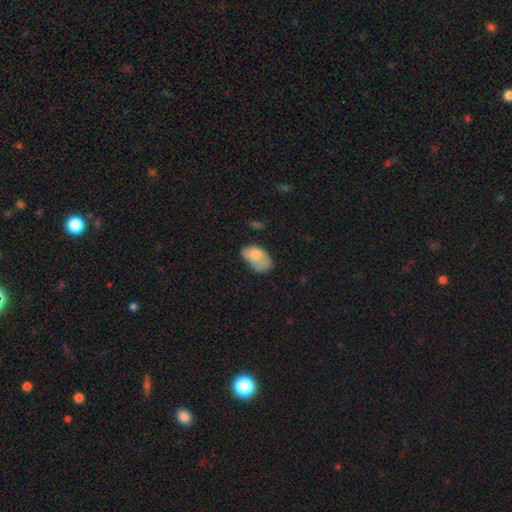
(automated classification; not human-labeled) Smooth or featured: smooth — 77% (featured or disk — 15%)
How rounded: in between — 90% (round — 9%)
Merging: minor disturbance — 40% (none — 31%)